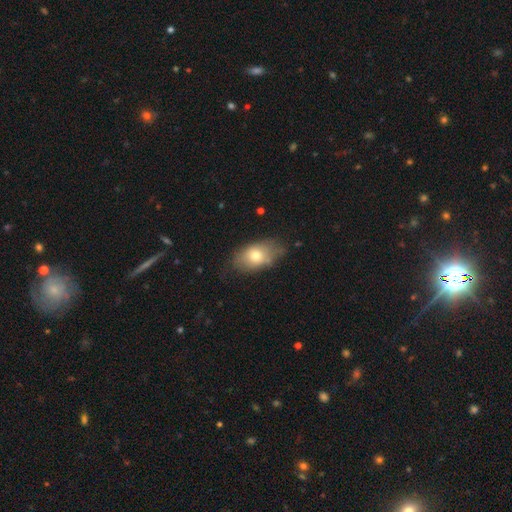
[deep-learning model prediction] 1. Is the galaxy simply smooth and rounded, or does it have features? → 71% smooth, 21% featured or disk, 8% star or artifact.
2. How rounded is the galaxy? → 86% in between, 12% round, 2% cigar-shaped.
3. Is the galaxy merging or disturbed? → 64% none, 26% minor disturbance, 7% major disturbance, 2% merger.